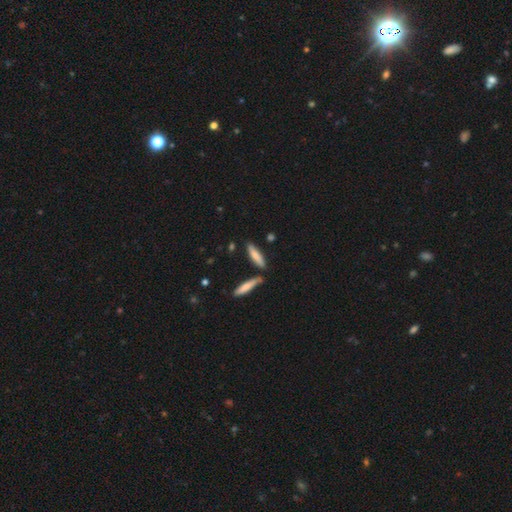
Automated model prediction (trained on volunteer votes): Smooth or featured? Predicted: smooth (p=0.73). How rounded? Predicted: cigar-shaped (p=0.78). Merging? Predicted: none (p=0.76).